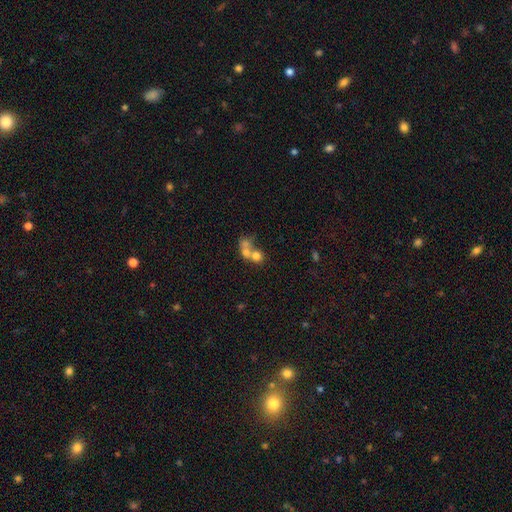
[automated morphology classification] Smooth or featured: smooth — 62% (featured or disk — 24%)
How rounded: round — 72% (in between — 26%)
Merging: merger — 65% (none — 24%)